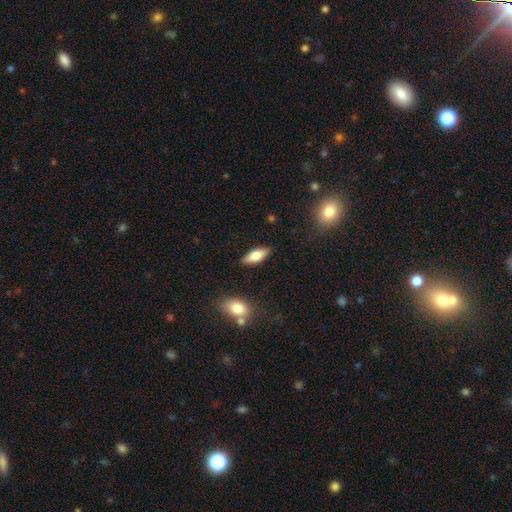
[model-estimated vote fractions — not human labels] smooth_or_featured: smooth (p=0.72) [alt: featured or disk p=0.21]
how_rounded: in between (p=0.69) [alt: cigar-shaped p=0.29]
merging: none (p=0.86) [alt: minor disturbance p=0.10]